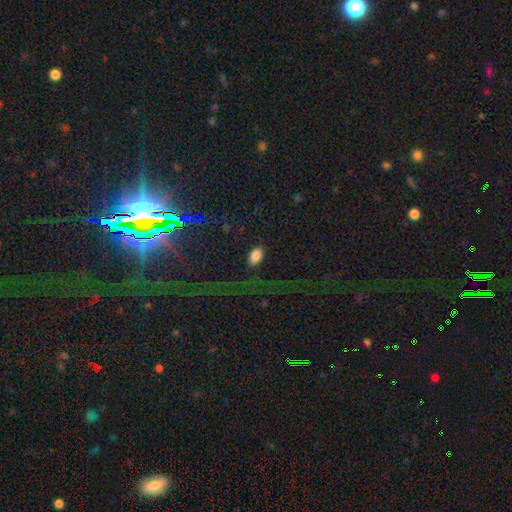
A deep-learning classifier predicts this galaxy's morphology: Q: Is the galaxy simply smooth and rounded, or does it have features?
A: smooth — 84%.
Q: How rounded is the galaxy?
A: in between — 93%.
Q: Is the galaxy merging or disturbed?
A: none — 87%.